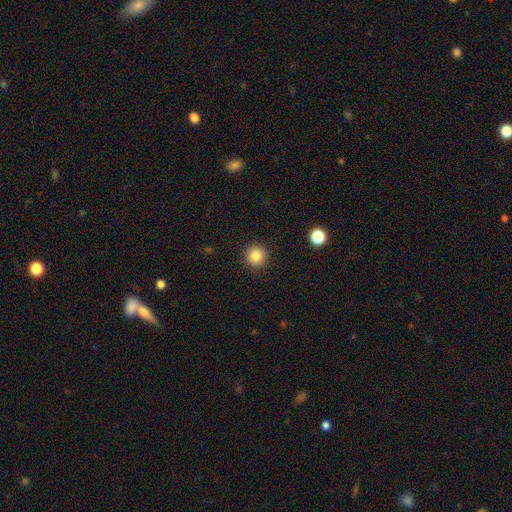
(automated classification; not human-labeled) Q: Smooth or featured?
A: smooth (86%); runner-up: star or artifact (10%)
Q: How rounded?
A: round (94%); runner-up: in between (5%)
Q: Merging?
A: none (92%); runner-up: minor disturbance (5%)